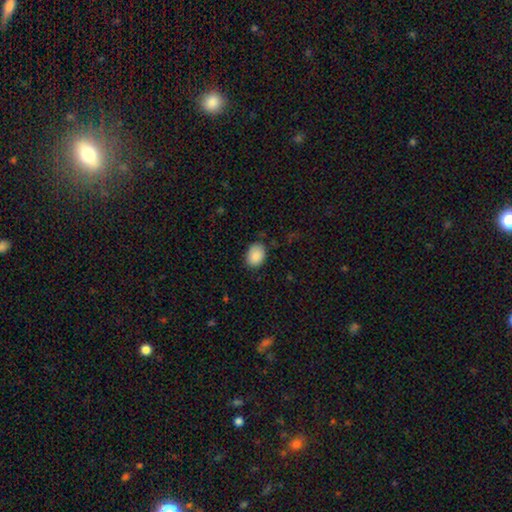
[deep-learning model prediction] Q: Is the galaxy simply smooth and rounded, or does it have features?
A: smooth — 89%.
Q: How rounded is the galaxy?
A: in between — 68%.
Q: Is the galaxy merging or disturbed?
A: none — 82%.